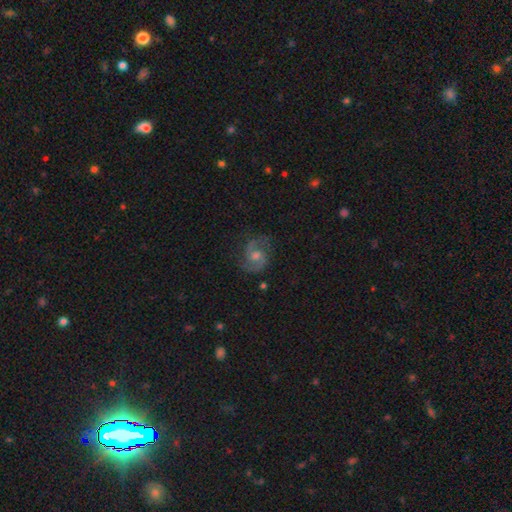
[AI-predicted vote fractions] Smooth or featured: featured or disk — 85% (star or artifact — 8%)
Edge-on disk: no — 98% (yes — 2%)
Bar: no — 51% (weak — 41%)
Spiral arms: yes — 97% (no — 3%)
Spiral winding: medium — 61% (tight — 21%)
Spiral arm count: 2 — 92% (can't tell — 3%)
Bulge size: moderate — 62% (small — 26%)
Merging: none — 82% (minor disturbance — 12%)